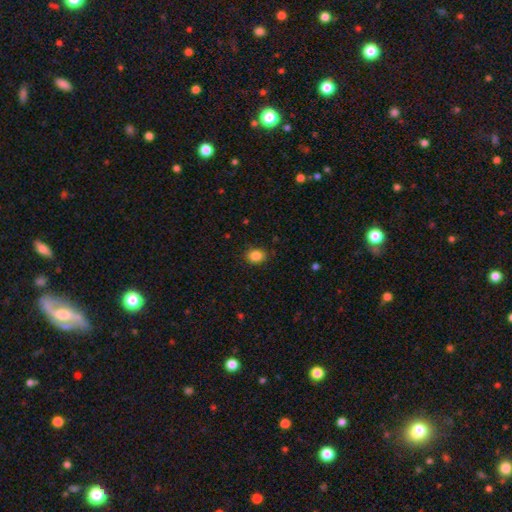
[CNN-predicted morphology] A smooth galaxy with no disk features (87%) that is in between round and cigar-shaped (55%).

Vote fractions:
- Smooth or featured? smooth: 87% / star or artifact: 9% / featured or disk: 4%
- How rounded? in between: 55% / round: 44% / cigar-shaped: 1%
- Merging? none: 86% / minor disturbance: 10% / major disturbance: 2% / merger: 1%